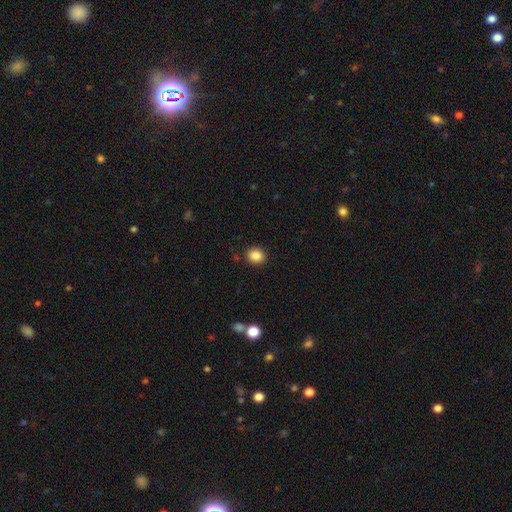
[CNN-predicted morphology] type=smooth (86%); roundness=round (76%); merging=none (89%).